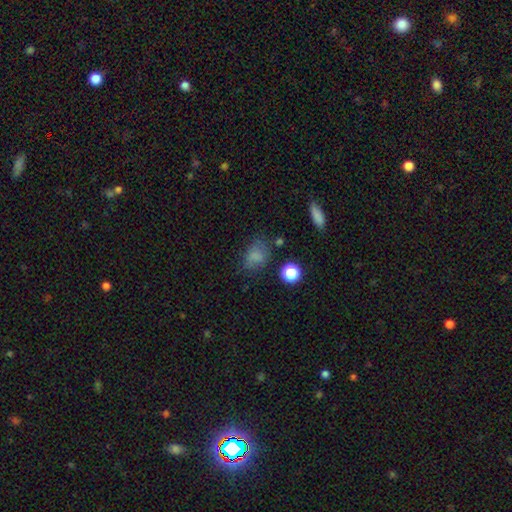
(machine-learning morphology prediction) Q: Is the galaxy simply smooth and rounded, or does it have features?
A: smooth — 76%.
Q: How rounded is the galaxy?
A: in between — 62%.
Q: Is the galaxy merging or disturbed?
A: none — 62%.